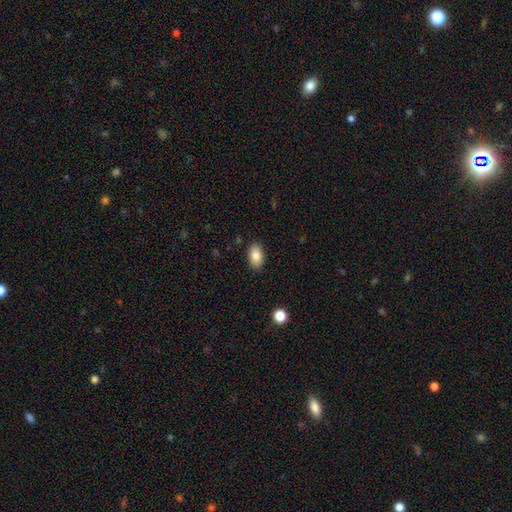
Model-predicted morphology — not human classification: This is clearly a smooth galaxy (84%). How rounded: clearly in between (92%). Merging: clearly none (88%).